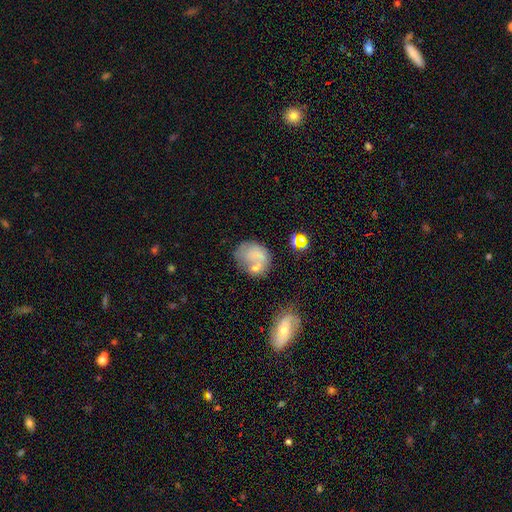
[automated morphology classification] Q: Smooth or featured?
A: smooth (53%); runner-up: featured or disk (35%)
Q: How rounded?
A: round (57%); runner-up: in between (42%)
Q: Merging?
A: none (38%); runner-up: merger (23%)